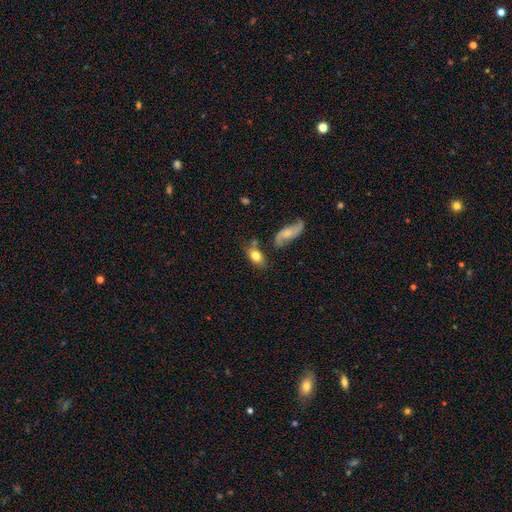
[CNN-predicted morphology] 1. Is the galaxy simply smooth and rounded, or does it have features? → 76% smooth, 17% featured or disk, 7% star or artifact.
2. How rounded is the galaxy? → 86% in between, 9% round, 5% cigar-shaped.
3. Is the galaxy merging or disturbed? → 64% none, 18% minor disturbance, 13% merger, 5% major disturbance.